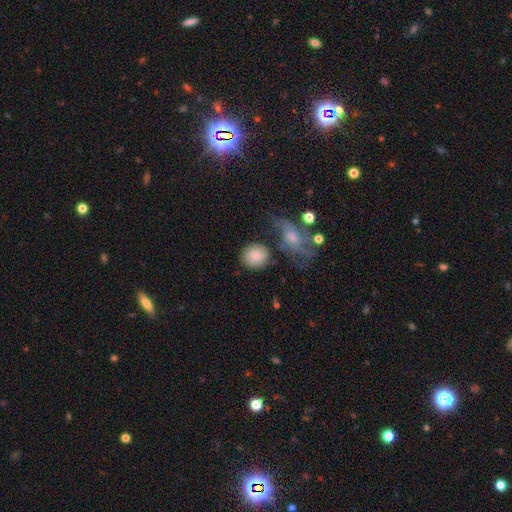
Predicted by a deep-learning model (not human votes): Overall: smooth (75%). How rounded: round (81%). Merging: none (60%).